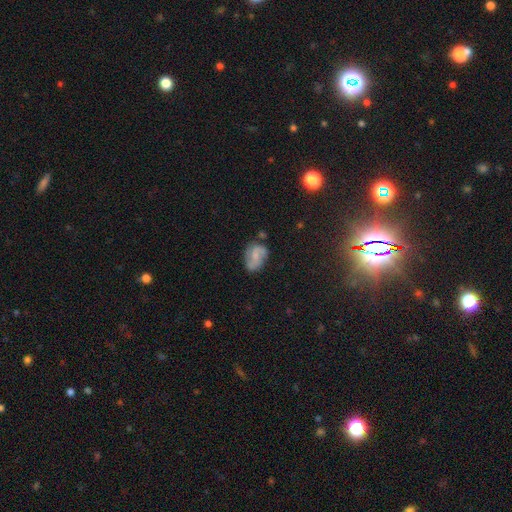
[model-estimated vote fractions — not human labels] Smooth or featured? featured or disk (49%)
Merging? none (57%)